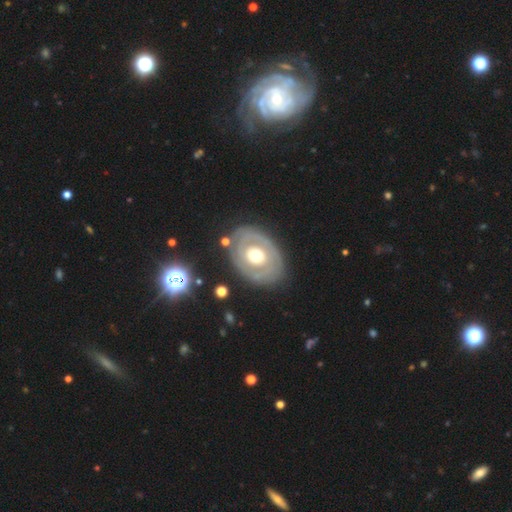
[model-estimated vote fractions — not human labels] Q: Smooth or featured?
A: featured or disk (73%); runner-up: smooth (22%)
Q: Edge-on disk?
A: no (95%); runner-up: yes (5%)
Q: Bar?
A: no (82%); runner-up: weak (13%)
Q: Spiral arms?
A: yes (51%); runner-up: no (49%)
Q: Bulge size?
A: moderate (68%); runner-up: large (22%)
Q: Merging?
A: none (77%); runner-up: minor disturbance (14%)